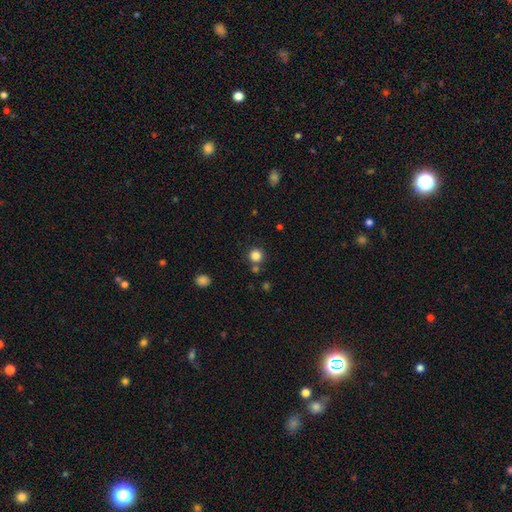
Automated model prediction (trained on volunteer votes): smooth 84%, star or artifact 12%, featured or disk 4%. Down the decision tree: how rounded — round (94%); merging — none (78%).